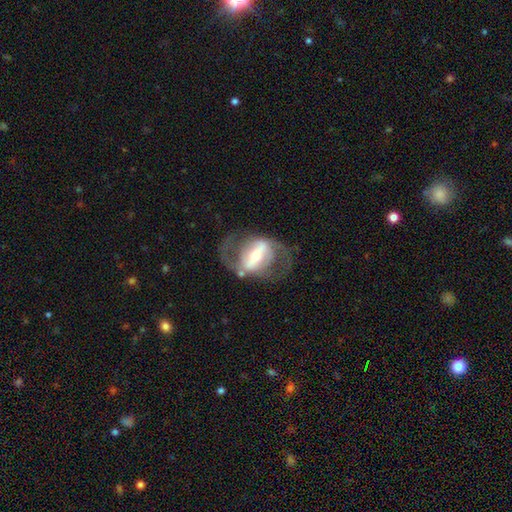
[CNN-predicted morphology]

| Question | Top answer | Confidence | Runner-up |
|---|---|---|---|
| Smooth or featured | featured or disk | 79% | smooth (16%) |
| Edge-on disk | no | 90% | yes (10%) |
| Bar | strong | 71% | weak (19%) |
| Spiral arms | yes | 63% | no (37%) |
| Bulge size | moderate | 47% | small (32%) |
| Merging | none | 57% | major disturbance (22%) |